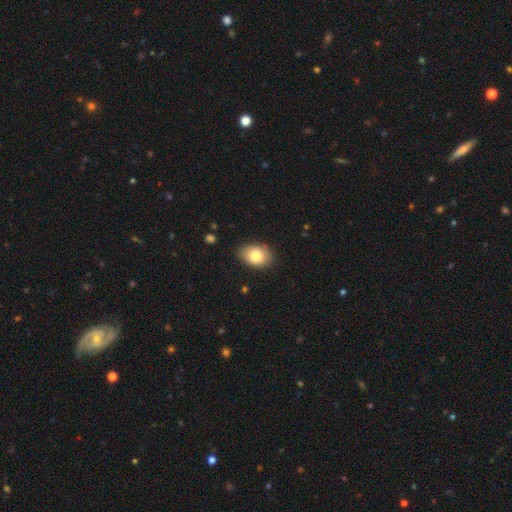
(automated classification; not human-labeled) Smooth or featured: smooth — 82% (featured or disk — 10%)
How rounded: in between — 80% (round — 19%)
Merging: none — 78% (minor disturbance — 17%)